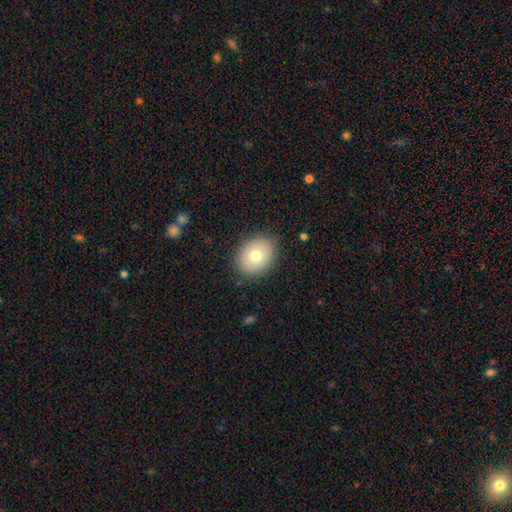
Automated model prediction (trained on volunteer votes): A smooth galaxy with no disk features (76%) that is in between round and cigar-shaped (53%).

Vote fractions:
- Smooth or featured? smooth: 76% / featured or disk: 15% / star or artifact: 9%
- How rounded? in between: 53% / round: 47% / cigar-shaped: 1%
- Merging? none: 85% / minor disturbance: 11% / major disturbance: 3% / merger: 1%